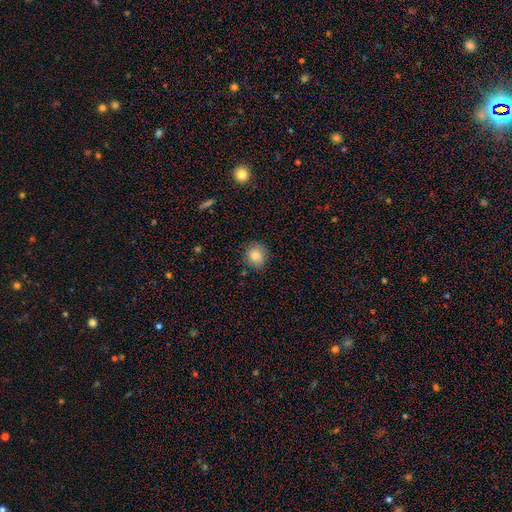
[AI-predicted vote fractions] Q: Smooth or featured?
A: smooth (84%); runner-up: star or artifact (9%)
Q: How rounded?
A: round (81%); runner-up: in between (18%)
Q: Merging?
A: none (85%); runner-up: minor disturbance (11%)